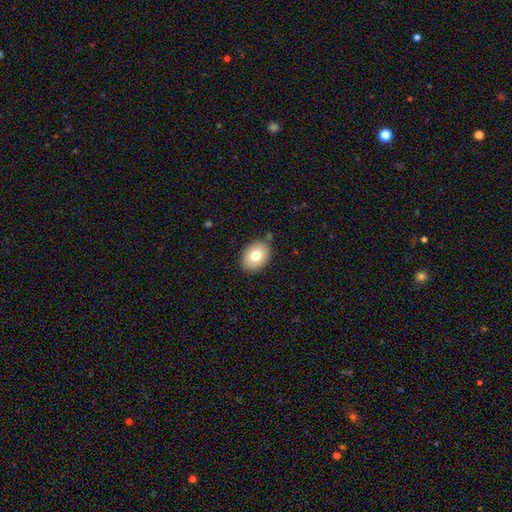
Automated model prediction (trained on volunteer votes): Smooth or featured? smooth (78%)
How rounded? in between (77%)
Merging? none (85%)